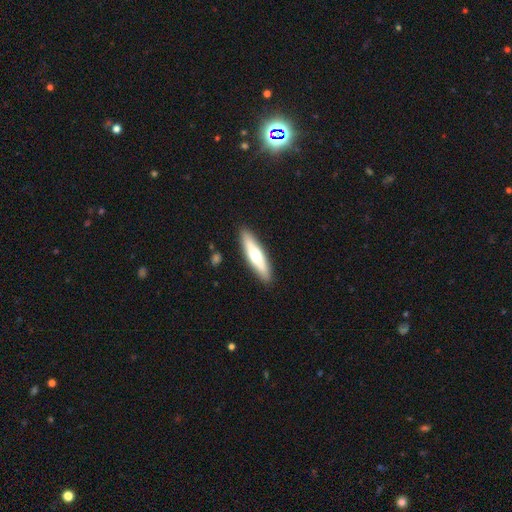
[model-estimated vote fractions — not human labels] A smooth galaxy with no disk features (54%) that is cigar-shaped (74%). Merging: none (90%).